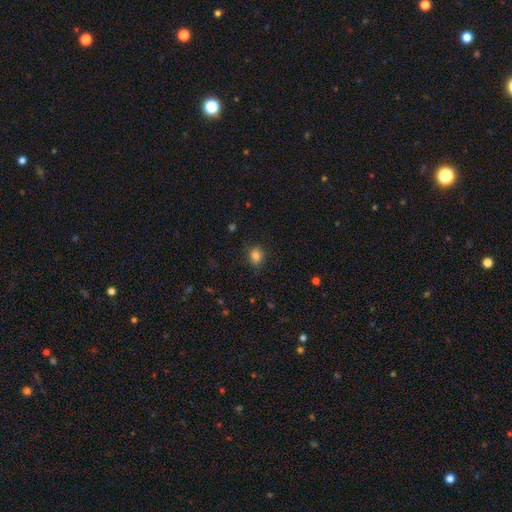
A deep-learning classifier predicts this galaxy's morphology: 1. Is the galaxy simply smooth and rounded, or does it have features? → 84% smooth, 11% star or artifact, 5% featured or disk.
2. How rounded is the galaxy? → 50% in between, 49% round, 1% cigar-shaped.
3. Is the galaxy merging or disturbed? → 83% none, 13% minor disturbance, 3% major disturbance, 1% merger.